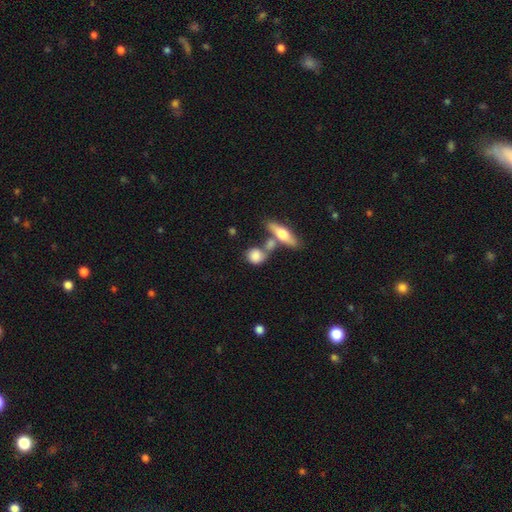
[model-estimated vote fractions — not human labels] Smooth or featured? smooth (76%)
How rounded? round (57%)
Merging? none (47%)